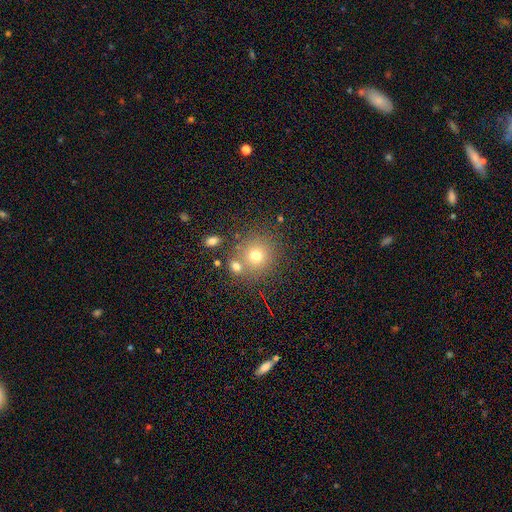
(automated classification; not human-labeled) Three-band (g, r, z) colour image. It shows a smooth galaxy with no disk features (71%) that is round (88%). Merging: none (67%).